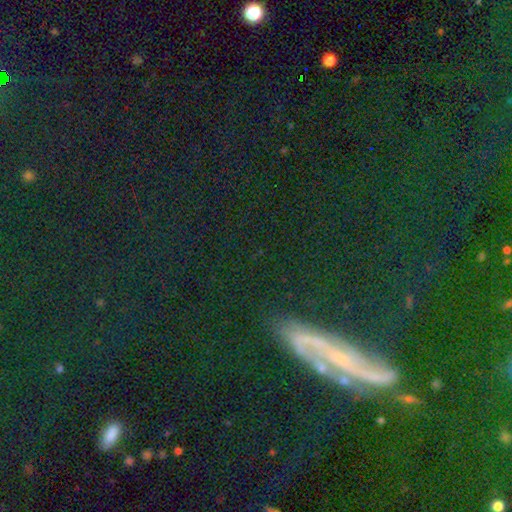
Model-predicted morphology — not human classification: The model was most divided on "smooth or featured": star or artifact: 61%, smooth: 23%, featured or disk: 16%.